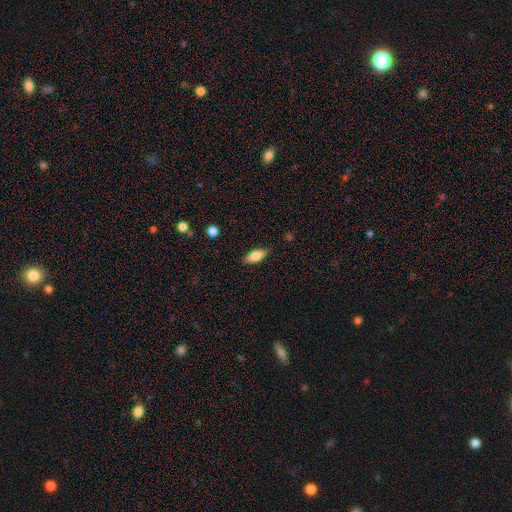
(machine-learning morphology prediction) A smooth galaxy with no disk features (77%) that is in between round and cigar-shaped (81%). Merging: none (87%).